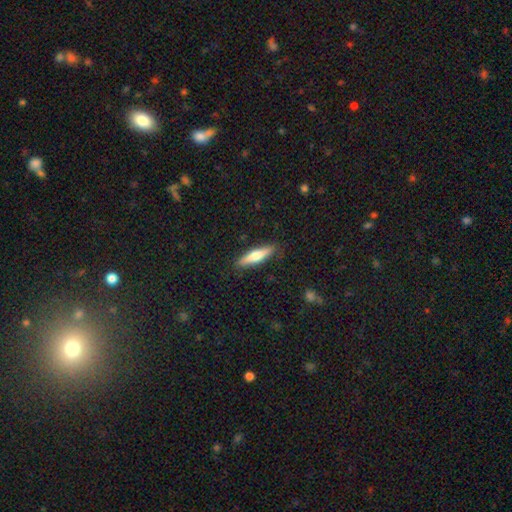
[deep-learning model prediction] The model was most divided on "smooth or featured": smooth: 60%, featured or disk: 34%, star or artifact: 6%. More confident: merging — none (88%); how rounded — cigar-shaped (77%).